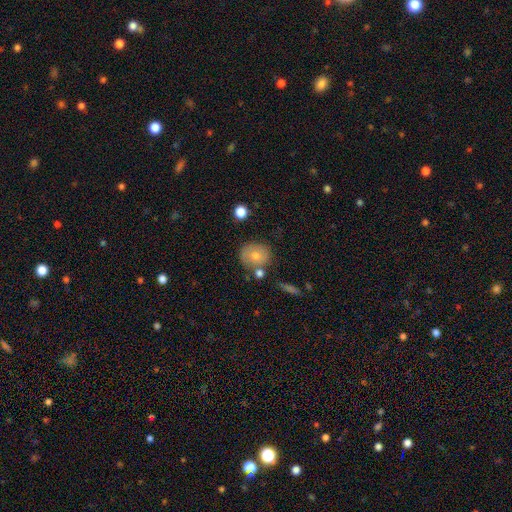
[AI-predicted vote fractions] smooth_or_featured: smooth (p=0.74) [alt: featured or disk p=0.17]
how_rounded: round (p=0.73) [alt: in between p=0.26]
merging: none (p=0.69) [alt: minor disturbance p=0.14]